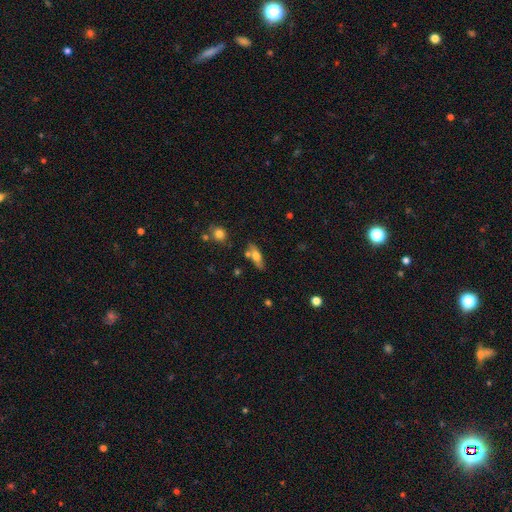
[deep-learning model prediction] Smooth or featured: smooth — 63% (featured or disk — 29%)
How rounded: in between — 64% (cigar-shaped — 32%)
Merging: none — 65% (minor disturbance — 17%)